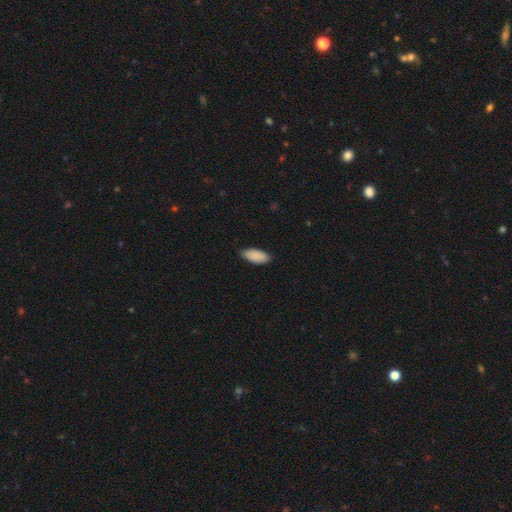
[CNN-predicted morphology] A smooth galaxy with no disk features (89%) that is in between round and cigar-shaped (90%).

Vote fractions:
- Smooth or featured? smooth: 89% / star or artifact: 6% / featured or disk: 5%
- How rounded? in between: 90% / cigar-shaped: 8% / round: 2%
- Merging? none: 79% / minor disturbance: 18% / major disturbance: 2% / merger: 1%